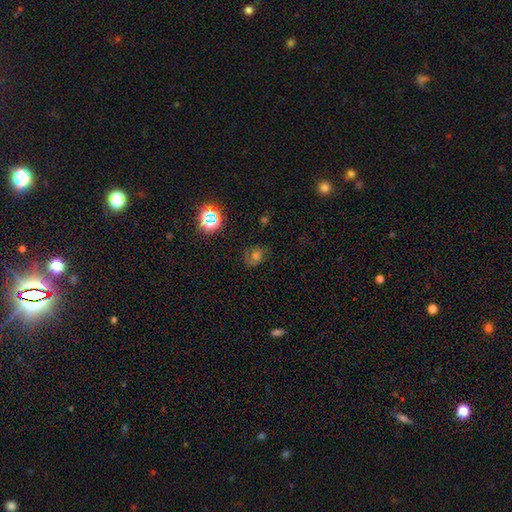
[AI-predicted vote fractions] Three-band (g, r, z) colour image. It shows a smooth galaxy with no disk features (41%). Merging: none (69%).